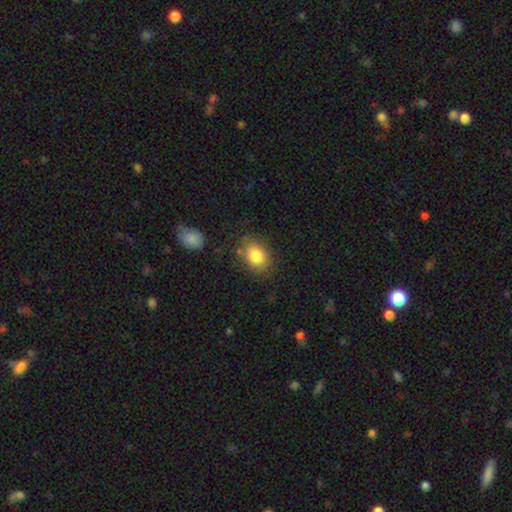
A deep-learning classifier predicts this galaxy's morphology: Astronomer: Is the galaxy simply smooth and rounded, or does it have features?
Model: smooth — 83%.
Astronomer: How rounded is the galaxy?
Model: in between — 62% (runner-up: round, 37%).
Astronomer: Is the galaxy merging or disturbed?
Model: none — 78%.